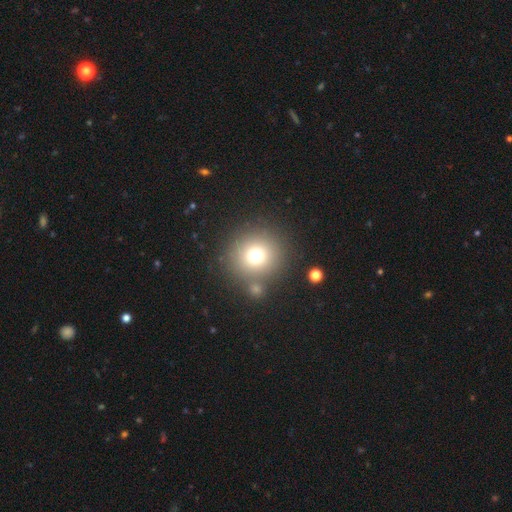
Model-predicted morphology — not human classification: smooth_or_featured: smooth (p=0.73) [alt: star or artifact p=0.15]
how_rounded: round (p=0.94) [alt: in between p=0.05]
merging: none (p=0.77) [alt: merger p=0.11]